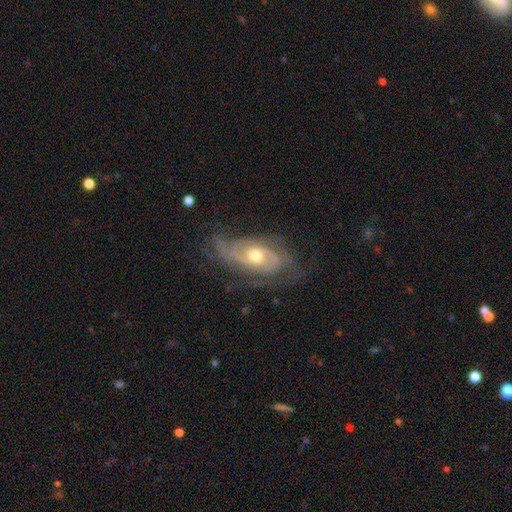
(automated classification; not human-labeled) smooth-or-featured: featured or disk: 86% | smooth: 9% | star or artifact: 5%
  disk-edge-on: no: 95% | yes: 5%
    bar: no: 71% | weak: 23% | strong: 5%
    has-spiral-arms: yes: 94% | no: 6%
      spiral-winding: tight: 56% | medium: 33% | loose: 11%
      spiral-arm-count: 2: 47% | can't tell: 24% | 3: 15% | 1: 5% | 4: 5% | more than 4: 4%
    bulge-size: moderate: 70% | small: 23% | large: 5% | none: 1% | dominant: 1%
  merging: none: 65% | minor disturbance: 22% | major disturbance: 12% | merger: 1%